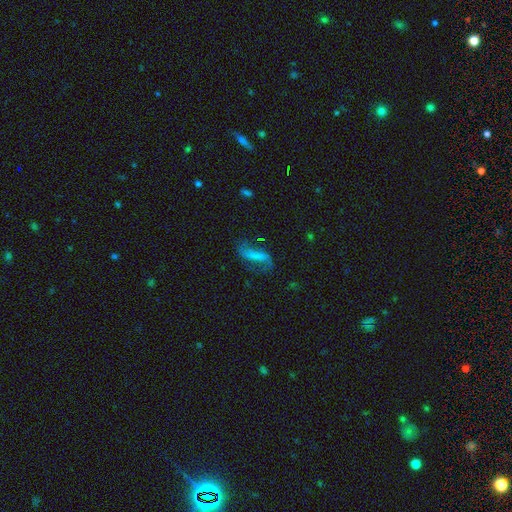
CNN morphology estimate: Overall: featured or disk (60%; smooth 30%). Edge-on disk: no (90%). Bar: strong (48%; weak 31%). Spiral arms: yes (84%). Bulge size: none (47%; small 27%). Merging: none (54%; minor disturbance 22%).